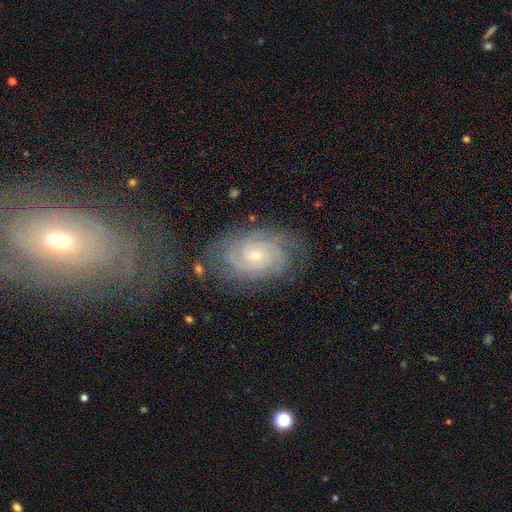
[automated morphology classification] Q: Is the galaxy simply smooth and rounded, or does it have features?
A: featured or disk — 85%.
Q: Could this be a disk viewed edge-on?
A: no — 97%.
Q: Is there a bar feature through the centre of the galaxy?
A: no — 74%.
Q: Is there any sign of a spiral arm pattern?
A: yes — 97%.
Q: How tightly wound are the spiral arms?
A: tight — 78%.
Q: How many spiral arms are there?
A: can't tell — 27%.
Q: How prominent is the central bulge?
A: small — 67%.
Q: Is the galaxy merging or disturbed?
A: none — 73%.